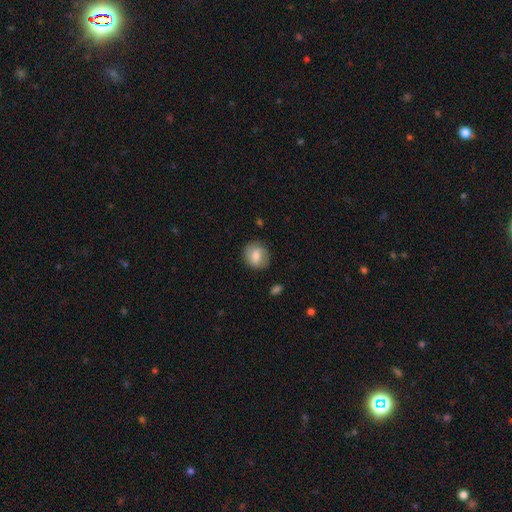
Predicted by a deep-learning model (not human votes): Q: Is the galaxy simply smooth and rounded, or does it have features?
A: smooth — 74%.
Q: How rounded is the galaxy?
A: round — 73%.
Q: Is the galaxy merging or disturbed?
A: none — 83%.